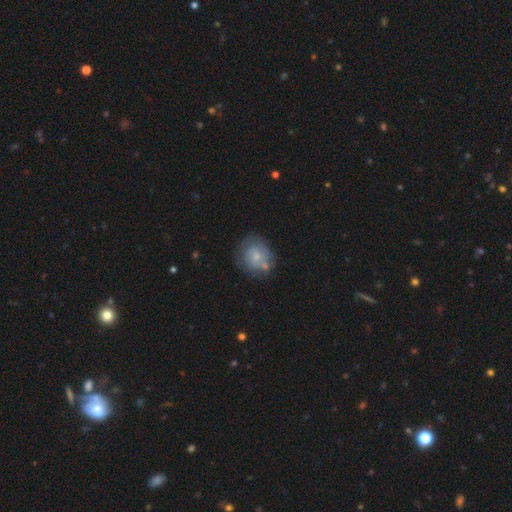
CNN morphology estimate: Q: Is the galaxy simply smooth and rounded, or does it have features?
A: smooth — 56%.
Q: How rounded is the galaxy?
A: round — 70%.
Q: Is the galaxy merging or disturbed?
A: none — 59%.